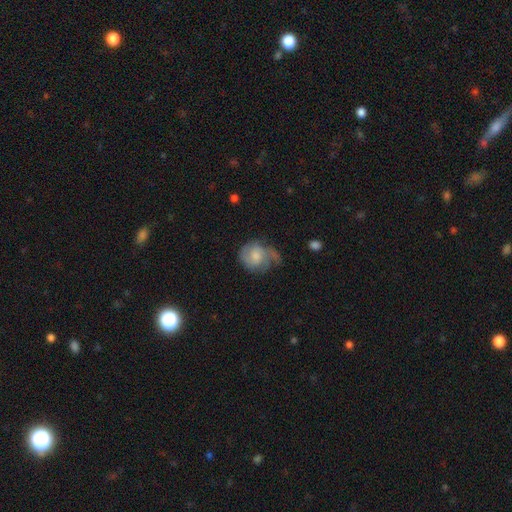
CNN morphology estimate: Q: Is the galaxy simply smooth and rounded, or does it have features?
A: featured or disk — 52%.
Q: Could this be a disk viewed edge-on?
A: no — 97%.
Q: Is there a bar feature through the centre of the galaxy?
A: no — 67%.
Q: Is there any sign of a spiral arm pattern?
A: yes — 82%.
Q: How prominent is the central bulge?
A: moderate — 45%.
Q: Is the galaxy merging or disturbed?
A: none — 37%.